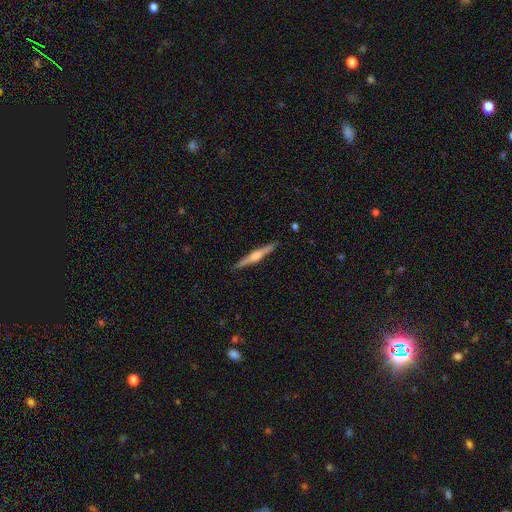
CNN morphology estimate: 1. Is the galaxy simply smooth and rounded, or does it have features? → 73% featured or disk, 21% smooth, 5% star or artifact.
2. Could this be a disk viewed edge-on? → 98% yes, 2% no.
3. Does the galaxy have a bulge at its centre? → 83% rounded, 11% boxy, 6% none.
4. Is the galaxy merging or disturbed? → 92% none, 6% minor disturbance, 1% major disturbance, 1% merger.